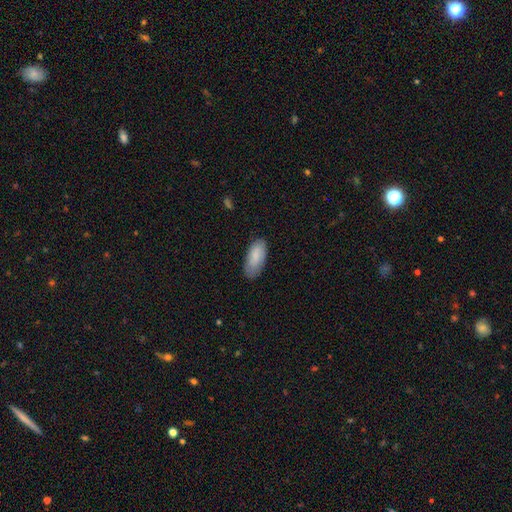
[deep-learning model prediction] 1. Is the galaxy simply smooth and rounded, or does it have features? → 82% smooth, 12% featured or disk, 6% star or artifact.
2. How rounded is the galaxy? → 86% in between, 12% cigar-shaped, 2% round.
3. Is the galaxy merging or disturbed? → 79% none, 17% minor disturbance, 3% major disturbance, 1% merger.